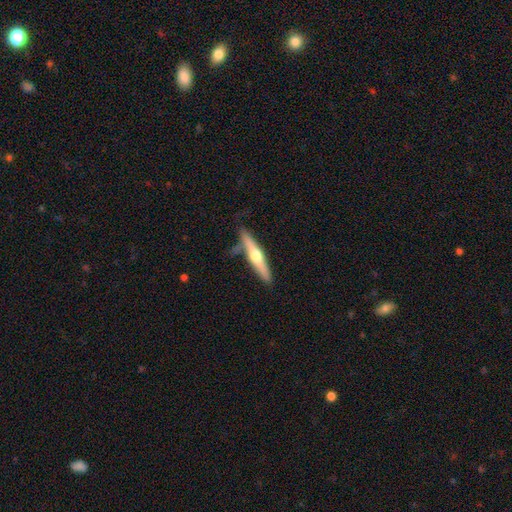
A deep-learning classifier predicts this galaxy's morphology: smooth-or-featured: featured or disk: 57% | smooth: 39% | star or artifact: 5%
  disk-edge-on: yes: 95% | no: 5%
    edge-on-bulge: rounded: 92% | none: 5% | boxy: 3%
  merging: none: 74% | minor disturbance: 16% | merger: 6% | major disturbance: 4%